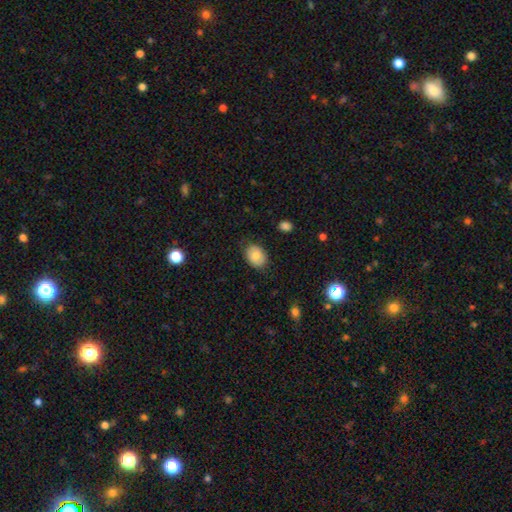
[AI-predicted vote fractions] This appears to be a smooth galaxy with no disk features (78%) that is in between round and cigar-shaped (73%). Merging: none (79%).